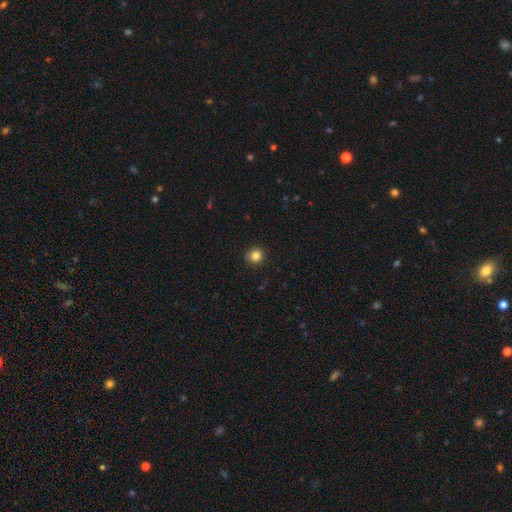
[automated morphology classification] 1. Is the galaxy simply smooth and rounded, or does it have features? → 83% smooth, 12% star or artifact, 5% featured or disk.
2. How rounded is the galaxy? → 94% round, 5% in between, 1% cigar-shaped.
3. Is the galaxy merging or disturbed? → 89% none, 8% minor disturbance, 2% major disturbance, 1% merger.